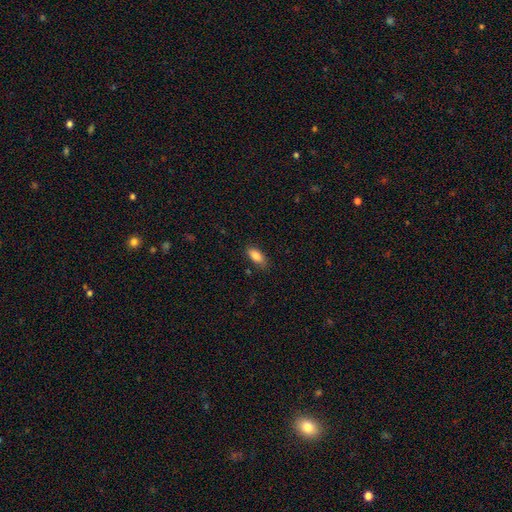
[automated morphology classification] smooth-or-featured: smooth: 85% | star or artifact: 8% | featured or disk: 7%
  how-rounded: in between: 88% | cigar-shaped: 9% | round: 3%
  merging: none: 79% | minor disturbance: 16% | major disturbance: 3% | merger: 2%